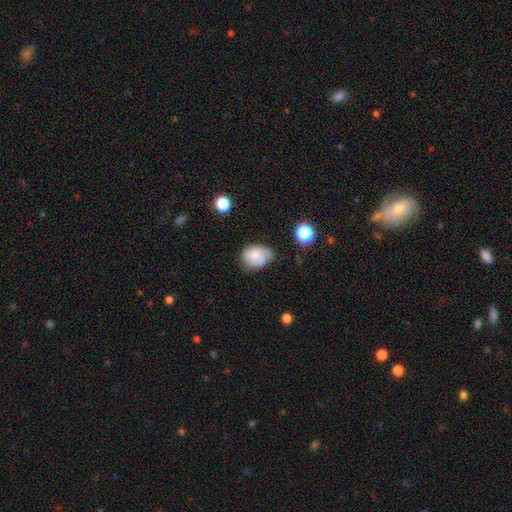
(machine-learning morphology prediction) smooth 65%, featured or disk 26%, star or artifact 10%. Down the decision tree: how rounded — in between (60%); merging — none (47%).